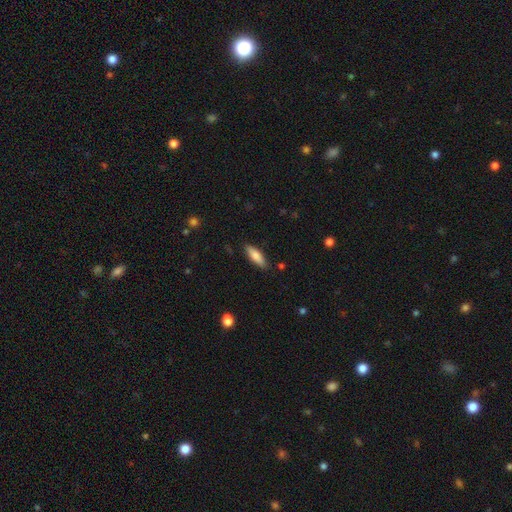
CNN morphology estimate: A smooth galaxy with no disk features (78%) that is in between round and cigar-shaped (51%). Merging: none (86%).